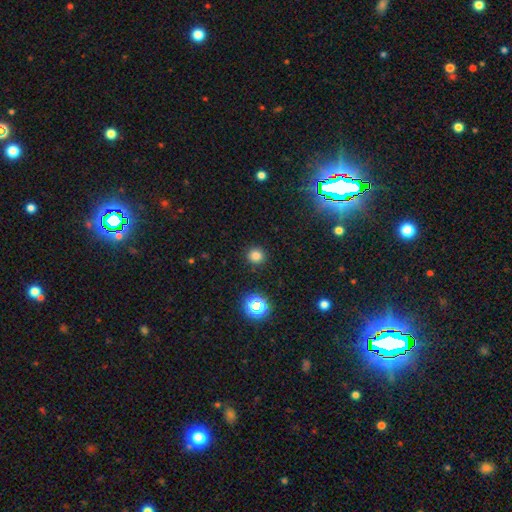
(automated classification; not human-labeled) A smooth galaxy with no disk features (79%) that is round (92%). Merging: none (91%).